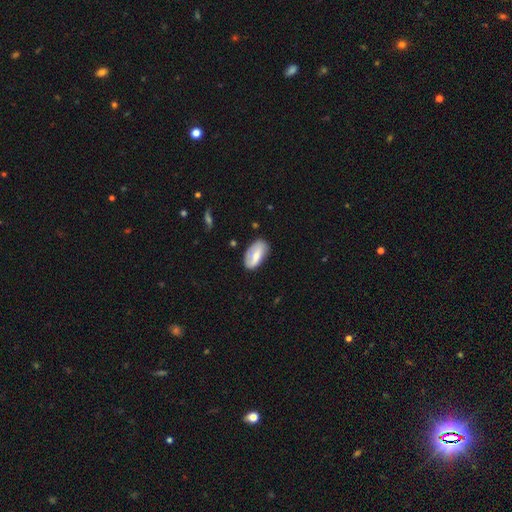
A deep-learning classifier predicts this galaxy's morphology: Q: Smooth or featured?
A: smooth (59%); runner-up: featured or disk (35%)
Q: How rounded?
A: in between (93%); runner-up: cigar-shaped (4%)
Q: Merging?
A: none (70%); runner-up: minor disturbance (22%)